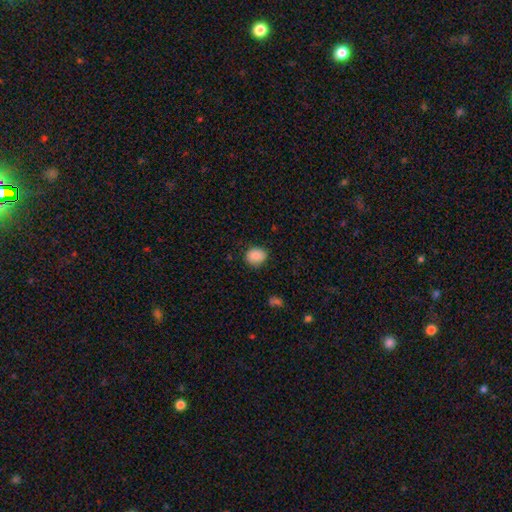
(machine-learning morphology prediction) smooth 87%, star or artifact 8%, featured or disk 4%. Down the decision tree: how rounded — round (66%); merging — none (84%).